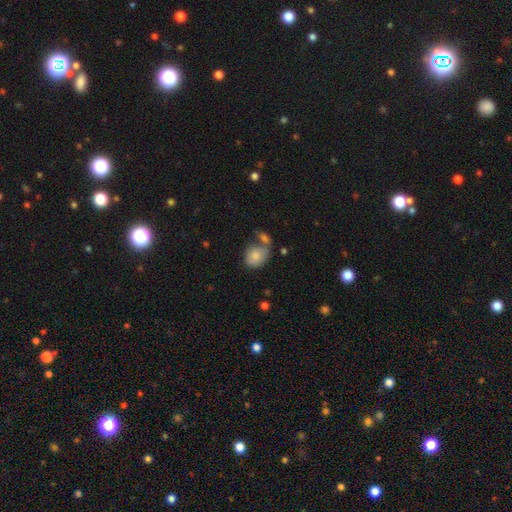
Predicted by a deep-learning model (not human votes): A smooth galaxy with no disk features (81%) that is in between round and cigar-shaped (59%). Merging: none (42%).